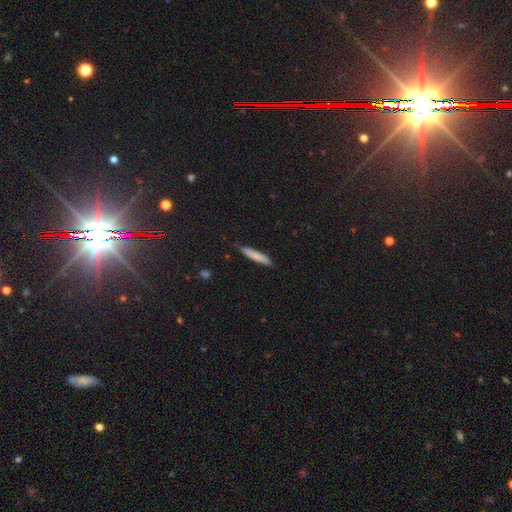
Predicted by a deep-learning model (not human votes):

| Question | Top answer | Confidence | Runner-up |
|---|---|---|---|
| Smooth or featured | smooth | 77% | featured or disk (17%) |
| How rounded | cigar-shaped | 89% | in between (10%) |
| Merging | none | 83% | minor disturbance (14%) |